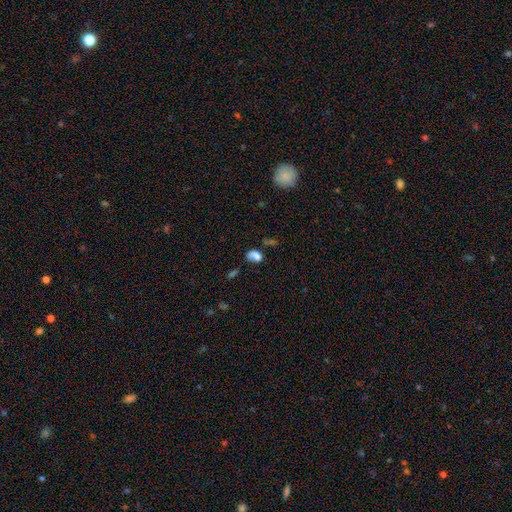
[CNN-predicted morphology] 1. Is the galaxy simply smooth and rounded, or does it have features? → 68% smooth, 17% star or artifact, 15% featured or disk.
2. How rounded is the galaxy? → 78% in between, 19% round, 3% cigar-shaped.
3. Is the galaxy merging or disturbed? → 39% none, 23% minor disturbance, 22% major disturbance, 17% merger.